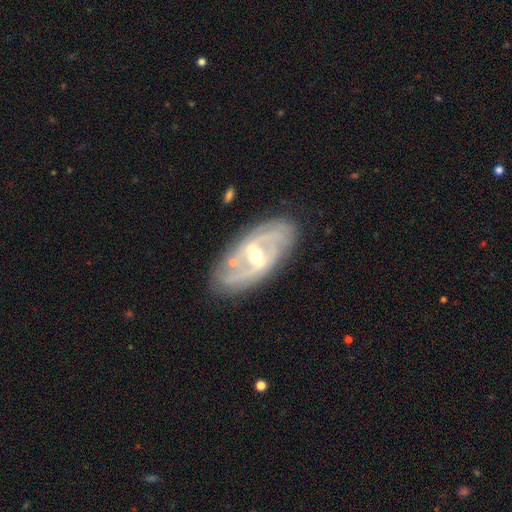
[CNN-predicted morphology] Smooth or featured? featured or disk (85%)
Edge-on disk? no (92%)
Bar? strong (46%)
Spiral arms? yes (89%)
Spiral winding? medium (42%)
Spiral arm count? 2 (64%)
Bulge size? moderate (60%)
Merging? none (80%)